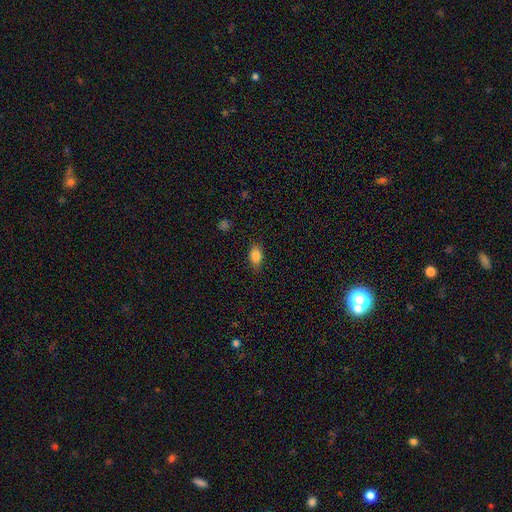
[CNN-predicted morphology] Smooth or featured?
  - smooth: 84% *
  - star or artifact: 9%
  - featured or disk: 8%
How rounded?
  - in between: 85% *
  - round: 11%
  - cigar-shaped: 4%
Merging?
  - none: 83% *
  - minor disturbance: 13%
  - major disturbance: 3%
  - merger: 1%